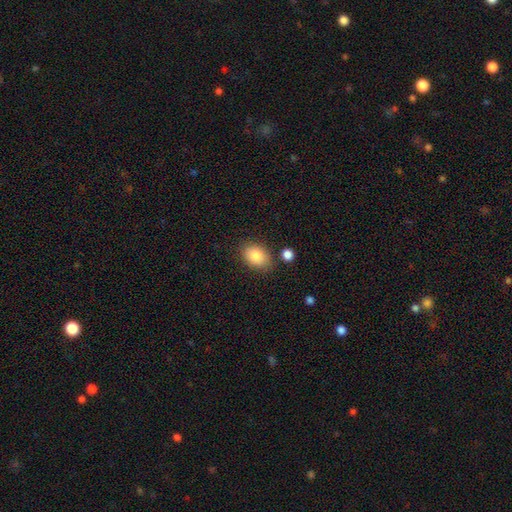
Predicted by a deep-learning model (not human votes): This appears to be a smooth galaxy with no disk features (86%) that is in between round and cigar-shaped (78%). Merging: none (79%).